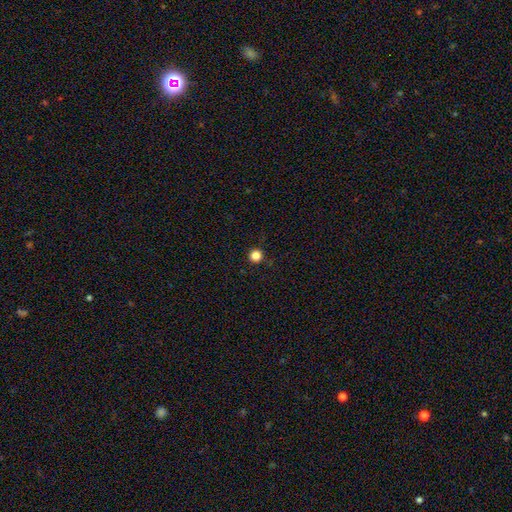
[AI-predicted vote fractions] A smooth galaxy with no disk features (84%) that is round (96%).

Vote fractions:
- Smooth or featured? smooth: 84% / star or artifact: 13% / featured or disk: 4%
- How rounded? round: 96% / in between: 3% / cigar-shaped: 1%
- Merging? none: 92% / minor disturbance: 5% / major disturbance: 2% / merger: 1%